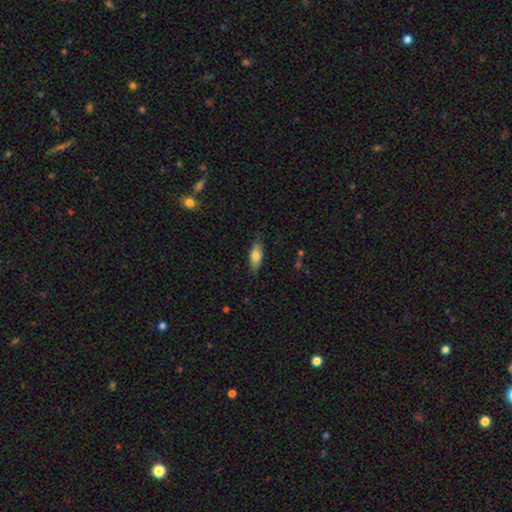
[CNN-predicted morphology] This is likely a smooth galaxy (74%). How rounded: likely in between (71%). Merging: likely none (78%).